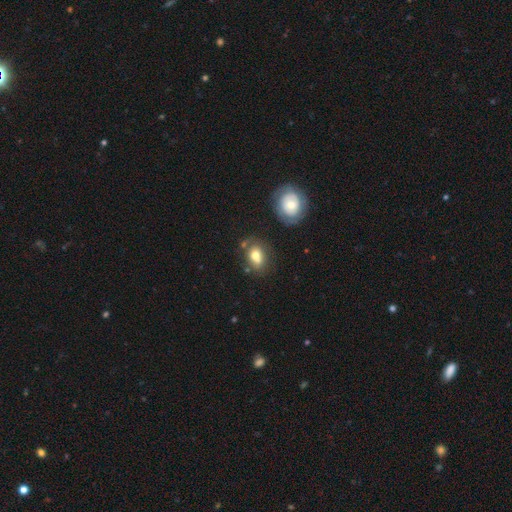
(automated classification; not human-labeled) Smooth or featured?
  - smooth: 70% *
  - featured or disk: 20%
  - star or artifact: 10%
How rounded?
  - in between: 63% *
  - round: 35%
  - cigar-shaped: 2%
Merging?
  - none: 53% *
  - merger: 20%
  - minor disturbance: 19%
  - major disturbance: 8%